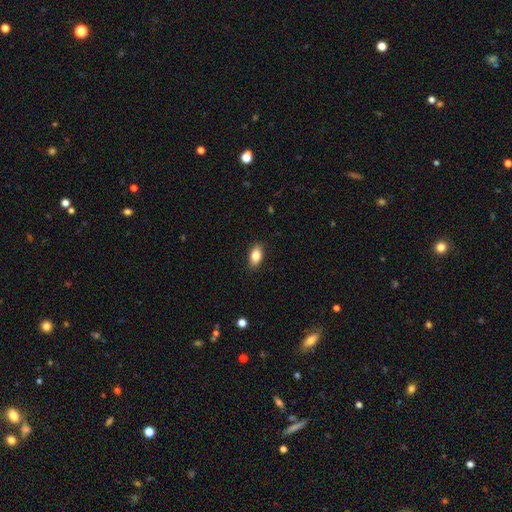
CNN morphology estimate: This is clearly a smooth galaxy (83%). How rounded: clearly in between (89%). Merging: clearly none (88%).